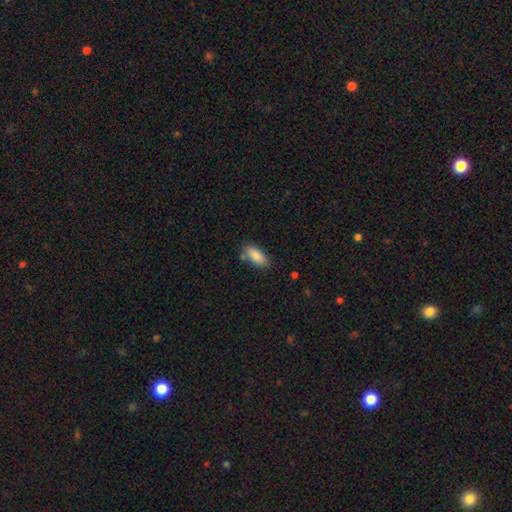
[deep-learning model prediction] The model was most divided on "merging": none: 75%, minor disturbance: 16%, merger: 5%, major disturbance: 4%. More confident: smooth or featured — smooth (87%); how rounded — in between (86%).